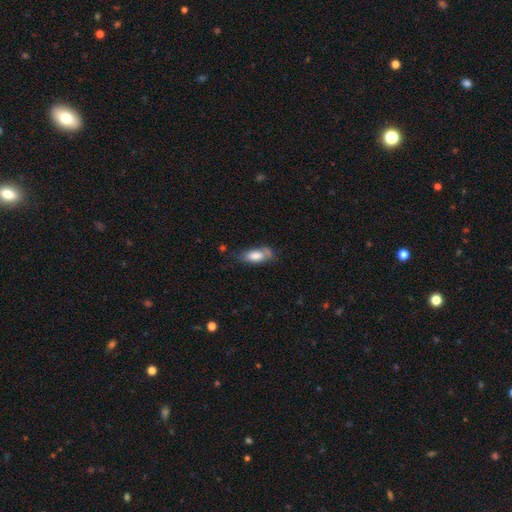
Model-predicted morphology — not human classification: Smooth or featured? Predicted: smooth (p=0.76). How rounded? Predicted: in between (p=0.81). Merging? Predicted: none (p=0.52).